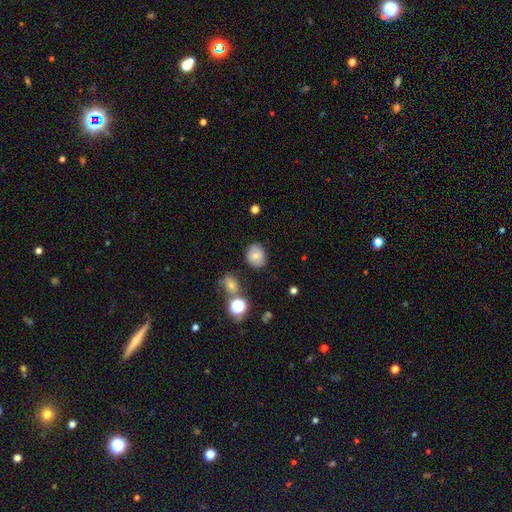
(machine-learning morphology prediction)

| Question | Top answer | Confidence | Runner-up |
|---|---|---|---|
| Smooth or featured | smooth | 72% | featured or disk (17%) |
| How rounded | round | 54% | in between (45%) |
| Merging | none | 80% | minor disturbance (13%) |